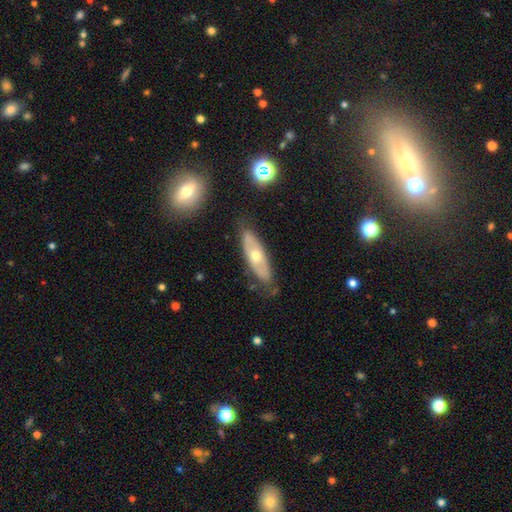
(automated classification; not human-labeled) Overall: featured or disk (59%; smooth 34%). Edge-on disk: no (67%; yes 33%). Merging: none (74%).